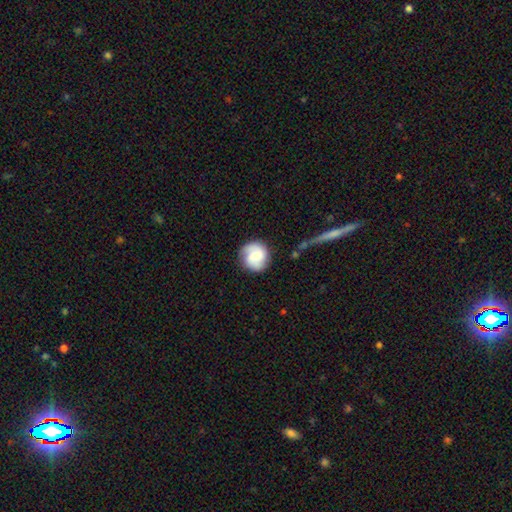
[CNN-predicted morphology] Overall: featured or disk (48%; smooth 45%). Merging: none (78%).